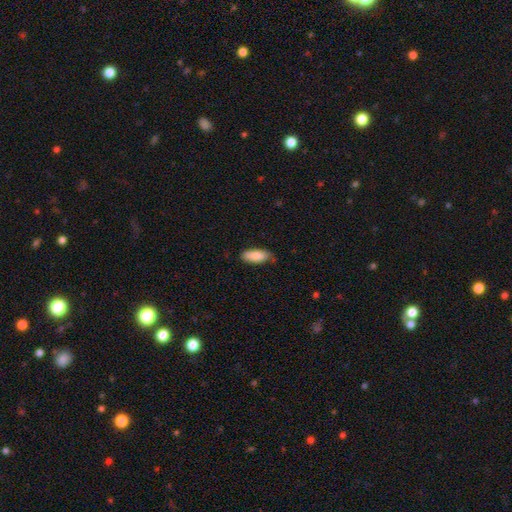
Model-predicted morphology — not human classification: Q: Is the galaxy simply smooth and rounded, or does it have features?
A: smooth — 87%.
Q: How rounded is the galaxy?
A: in between — 82%.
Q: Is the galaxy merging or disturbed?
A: none — 76%.